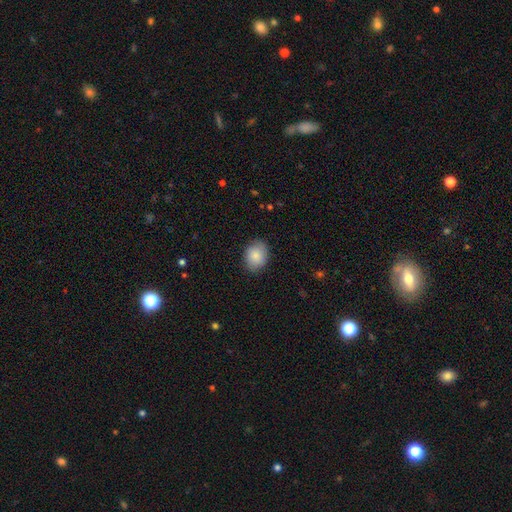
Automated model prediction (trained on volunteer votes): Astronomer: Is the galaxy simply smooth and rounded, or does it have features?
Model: smooth — 86%.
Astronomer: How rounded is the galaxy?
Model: in between — 56% (runner-up: round, 43%).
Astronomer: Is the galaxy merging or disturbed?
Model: none — 84%.